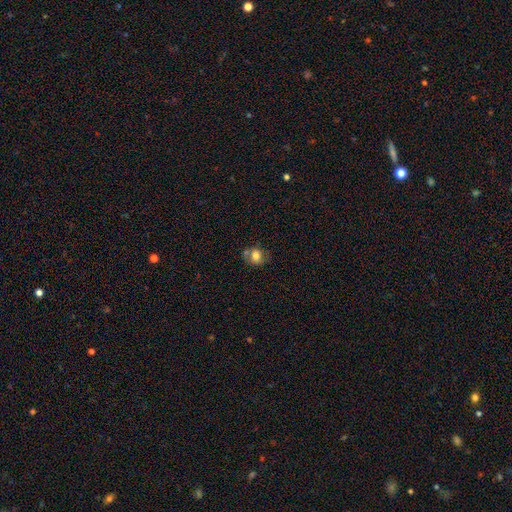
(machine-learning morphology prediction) Smooth or featured? Predicted: smooth (p=0.73). How rounded? Predicted: round (p=0.60). Merging? Predicted: none (p=0.51).